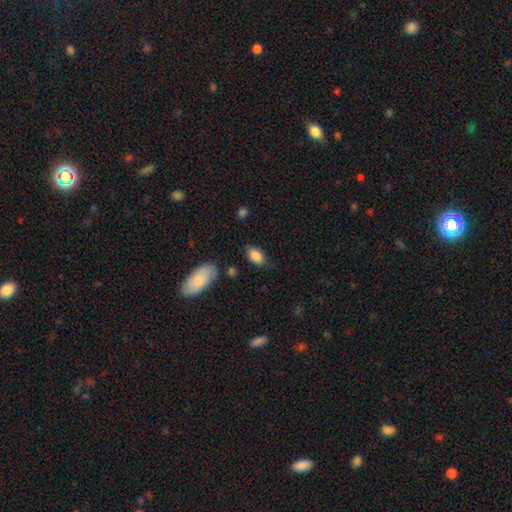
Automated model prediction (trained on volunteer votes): The model was most divided on "merging": none: 74%, minor disturbance: 19%, major disturbance: 5%, merger: 3%. More confident: how rounded — in between (92%); smooth or featured — smooth (87%).